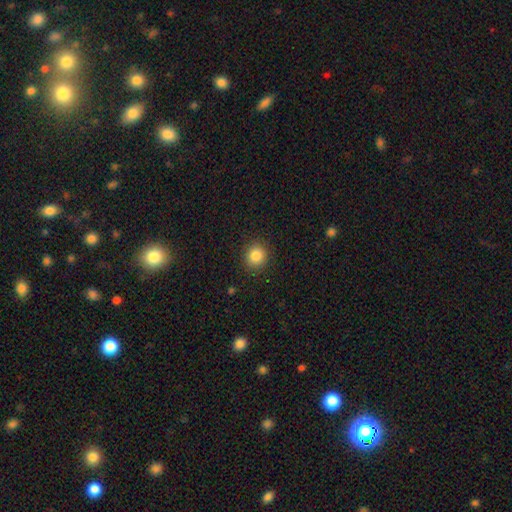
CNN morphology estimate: smooth-or-featured: smooth: 85% | star or artifact: 10% | featured or disk: 5%
  how-rounded: round: 84% | in between: 15% | cigar-shaped: 1%
  merging: none: 90% | minor disturbance: 7% | major disturbance: 2% | merger: 1%